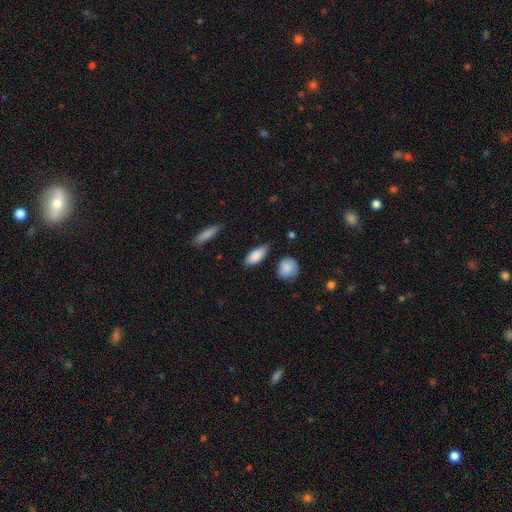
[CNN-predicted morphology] This appears to be a smooth galaxy with no disk features (85%) that is in between round and cigar-shaped (80%). Merging: none (78%).